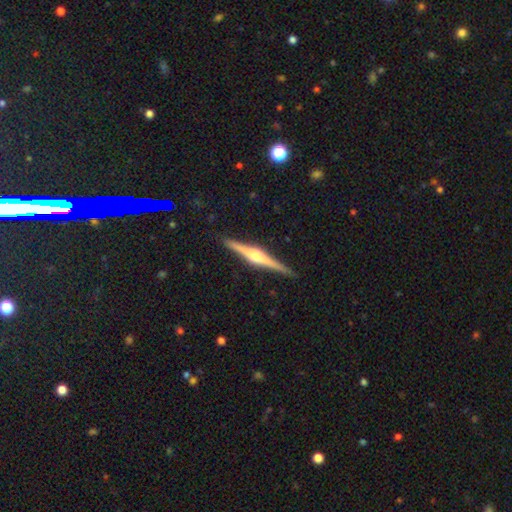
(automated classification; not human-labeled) A featured or disk galaxy (85%) viewed edge-on (99%) with a rounded central bulge (91%).

Vote fractions:
- Smooth or featured? featured or disk: 85% / smooth: 10% / star or artifact: 5%
- Edge-on disk? yes: 99% / no: 1%
- Edge-on bulge? rounded: 91% / boxy: 6% / none: 3%
- Merging? none: 92% / minor disturbance: 6% / major disturbance: 1% / merger: 1%